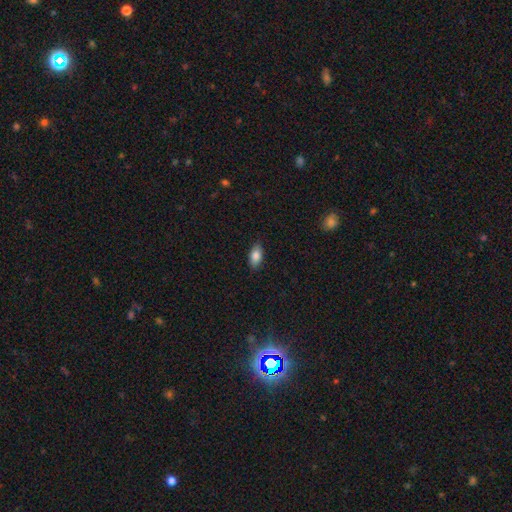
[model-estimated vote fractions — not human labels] This is clearly a smooth galaxy (85%). How rounded: clearly in between (91%). Merging: clearly none (87%).